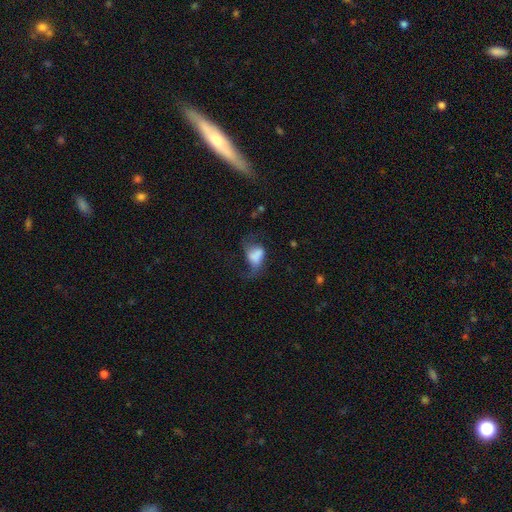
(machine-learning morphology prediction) Q: Smooth or featured?
A: smooth (56%); runner-up: featured or disk (33%)
Q: How rounded?
A: in between (81%); runner-up: round (17%)
Q: Merging?
A: major disturbance (48%); runner-up: none (25%)